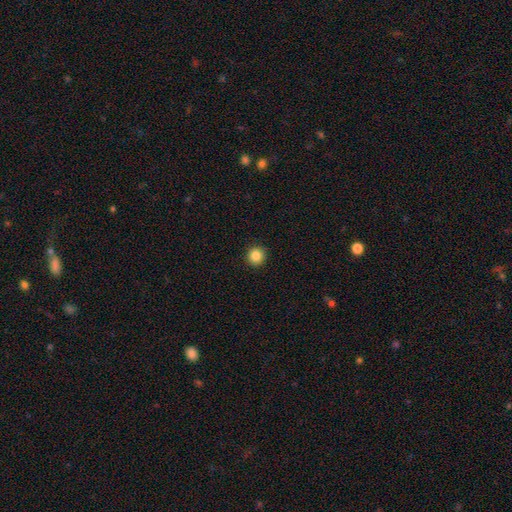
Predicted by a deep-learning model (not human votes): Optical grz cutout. It shows a smooth galaxy with no disk features (86%) that is round (93%). Merging: none (93%).